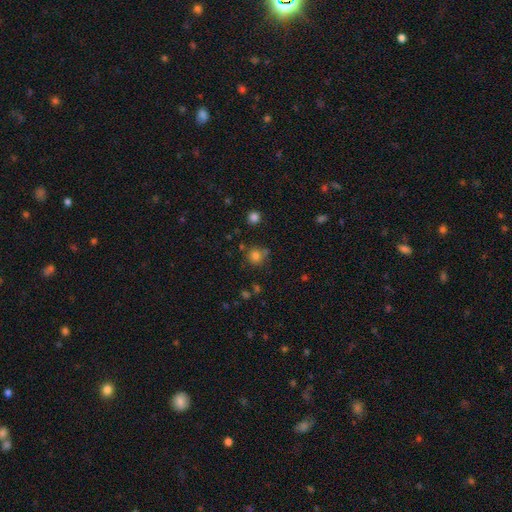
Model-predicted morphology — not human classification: Q: Smooth or featured?
A: smooth (78%); runner-up: star or artifact (15%)
Q: How rounded?
A: round (87%); runner-up: in between (12%)
Q: Merging?
A: none (69%); runner-up: minor disturbance (16%)